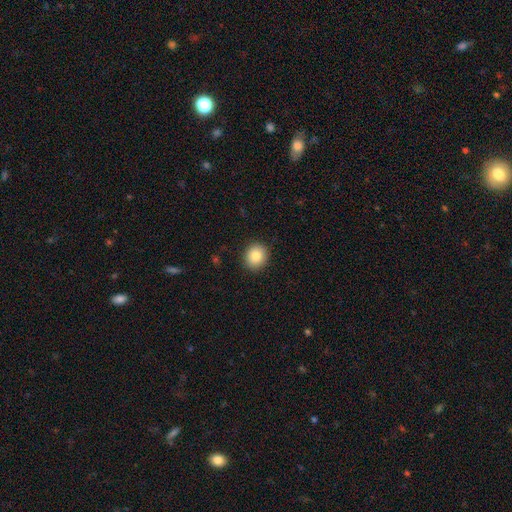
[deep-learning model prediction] A smooth galaxy with no disk features (84%) that is round (82%). Merging: none (91%).